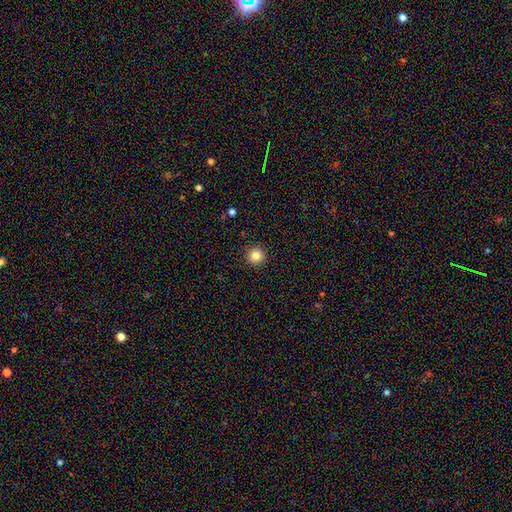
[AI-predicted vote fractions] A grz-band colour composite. It shows a smooth galaxy with no disk features (83%) that is round (96%). Merging: none (93%).